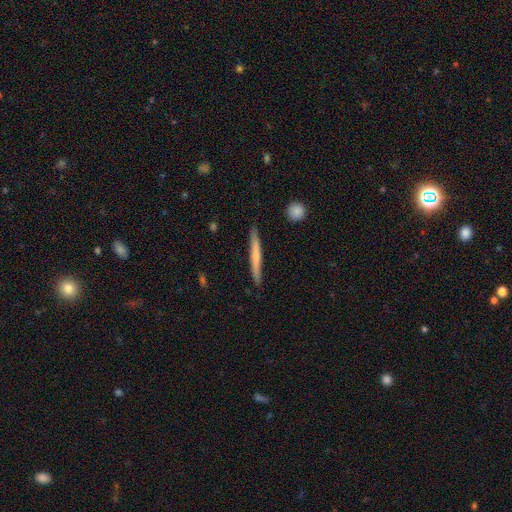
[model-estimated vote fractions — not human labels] This appears to be a smooth galaxy with no disk features (55%) that is cigar-shaped (96%). Merging: none (89%).